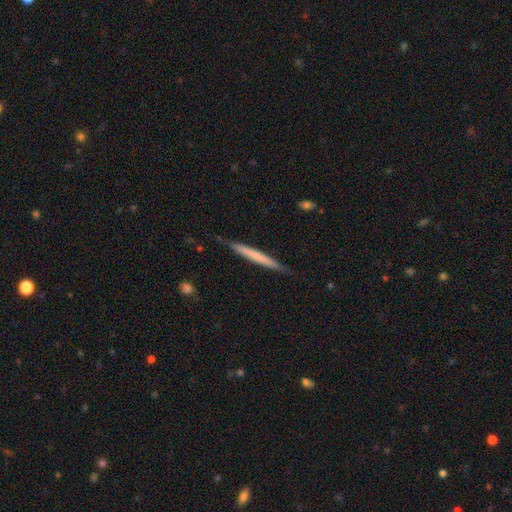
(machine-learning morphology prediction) A smooth galaxy with no disk features (54%) that is cigar-shaped (97%). Merging: none (84%).